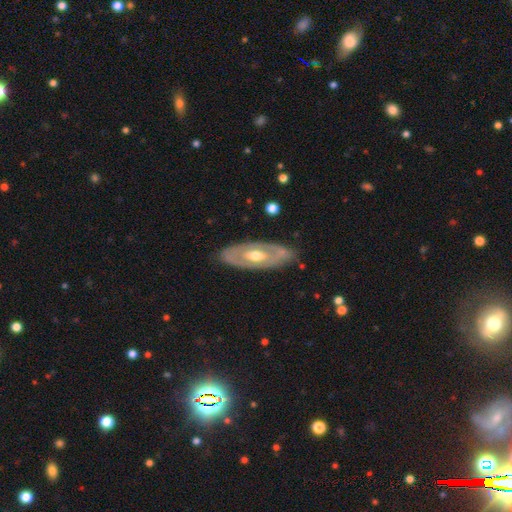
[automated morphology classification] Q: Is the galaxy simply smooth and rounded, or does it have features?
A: featured or disk — 70%.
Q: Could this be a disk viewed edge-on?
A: no — 83%.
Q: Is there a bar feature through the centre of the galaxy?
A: no — 67%.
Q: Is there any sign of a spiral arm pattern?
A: no — 69%.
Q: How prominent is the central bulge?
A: moderate — 72%.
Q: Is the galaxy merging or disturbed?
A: none — 82%.